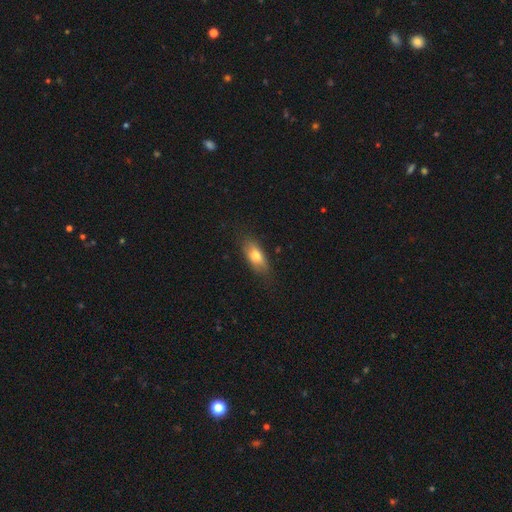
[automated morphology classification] Smooth or featured: smooth — 70% (featured or disk — 22%)
How rounded: in between — 78% (cigar-shaped — 18%)
Merging: none — 76% (minor disturbance — 18%)